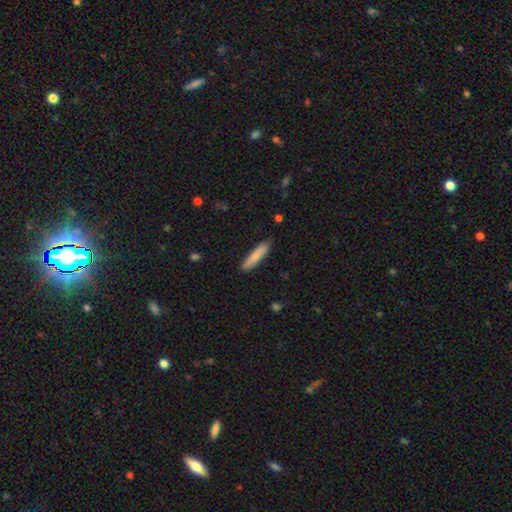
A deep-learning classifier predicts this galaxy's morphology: This appears to be a smooth galaxy with no disk features (82%) that is cigar-shaped (88%). Merging: none (88%).